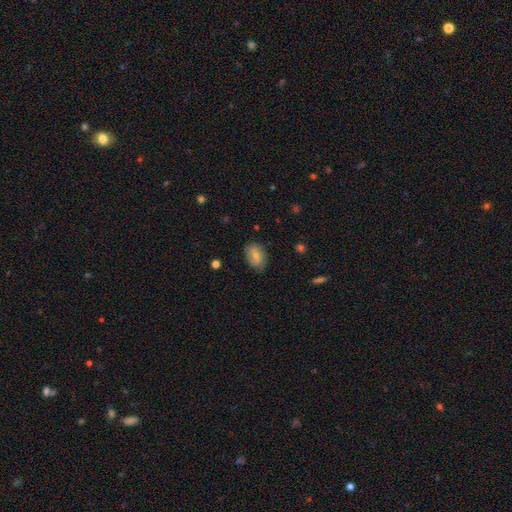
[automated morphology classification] Smooth or featured? smooth (70%)
How rounded? in between (86%)
Merging? none (77%)